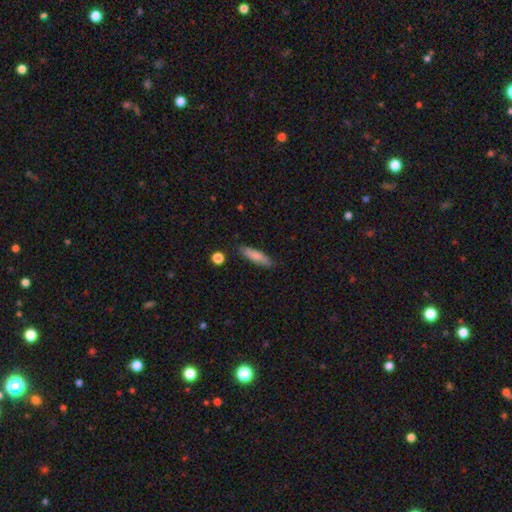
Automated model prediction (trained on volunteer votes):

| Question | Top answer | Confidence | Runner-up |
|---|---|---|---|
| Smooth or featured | smooth | 75% | featured or disk (18%) |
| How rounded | cigar-shaped | 71% | in between (27%) |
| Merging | none | 84% | minor disturbance (12%) |